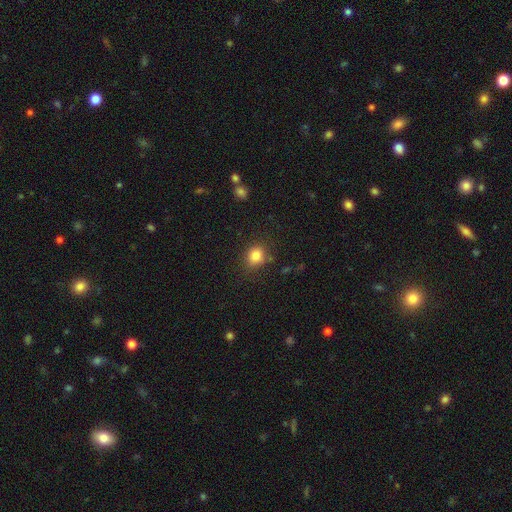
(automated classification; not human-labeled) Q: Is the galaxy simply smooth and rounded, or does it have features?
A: smooth — 84%.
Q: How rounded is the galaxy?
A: round — 62%.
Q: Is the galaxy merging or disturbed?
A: none — 77%.